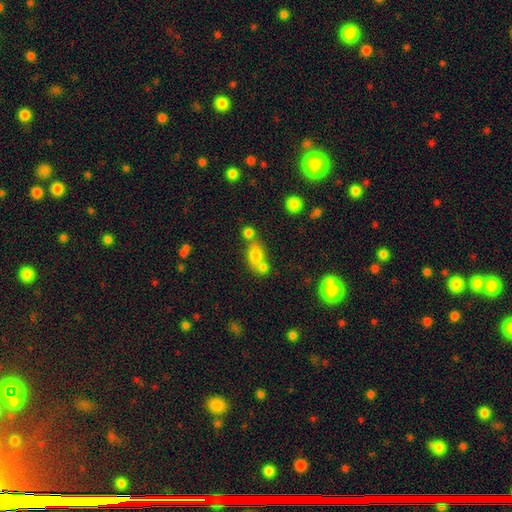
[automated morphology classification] This is likely a smooth galaxy (74%). How rounded: likely in between (60%). Merging: marginally merger (44%).